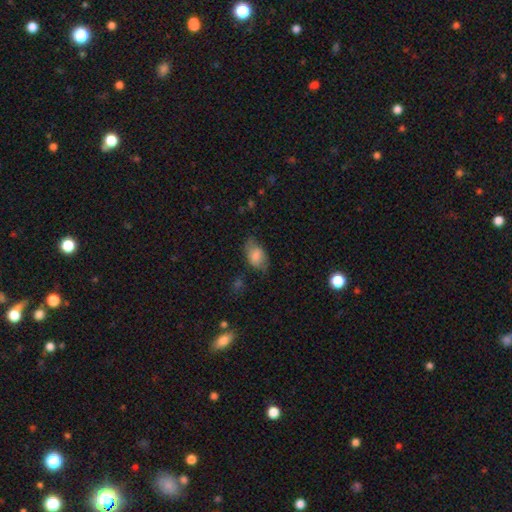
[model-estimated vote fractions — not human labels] Smooth or featured: smooth — 76% (featured or disk — 16%)
How rounded: in between — 91% (round — 7%)
Merging: none — 62% (minor disturbance — 26%)